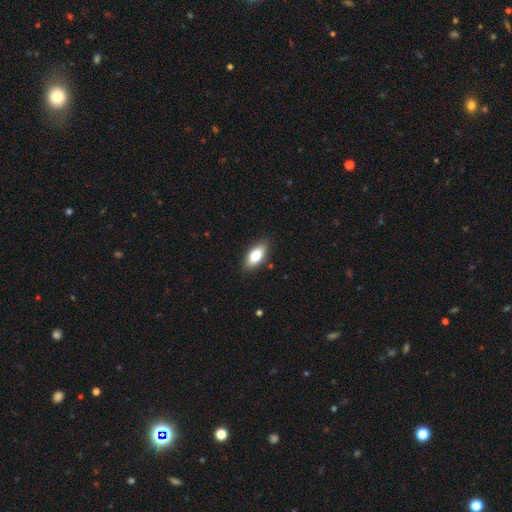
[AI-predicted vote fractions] smooth 78%, featured or disk 15%, star or artifact 7%. Down the decision tree: how rounded — in between (88%); merging — none (87%).